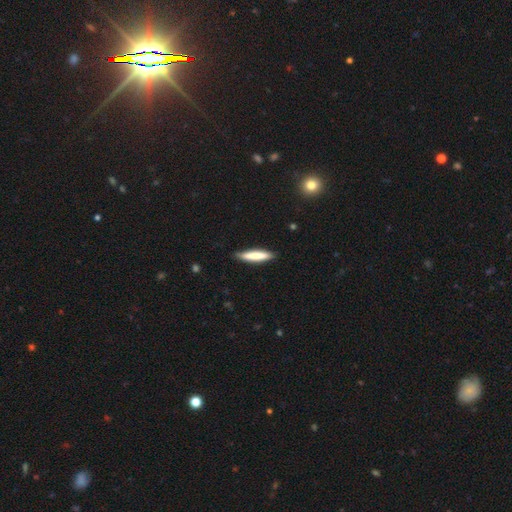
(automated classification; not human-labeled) Smooth or featured?
  - smooth: 75% *
  - featured or disk: 20%
  - star or artifact: 5%
How rounded?
  - cigar-shaped: 86% *
  - in between: 13%
  - round: 1%
Merging?
  - none: 87% *
  - minor disturbance: 10%
  - major disturbance: 2%
  - merger: 1%